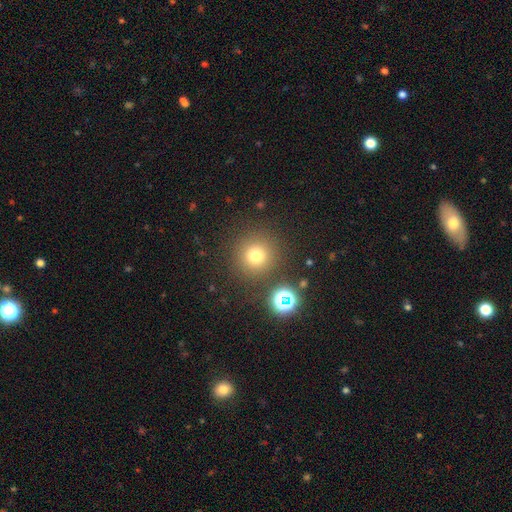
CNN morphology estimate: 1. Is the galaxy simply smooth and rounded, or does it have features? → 73% smooth, 19% star or artifact, 8% featured or disk.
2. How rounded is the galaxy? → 95% round, 4% in between, 1% cigar-shaped.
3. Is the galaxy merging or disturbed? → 85% none, 7% minor disturbance, 5% merger, 4% major disturbance.